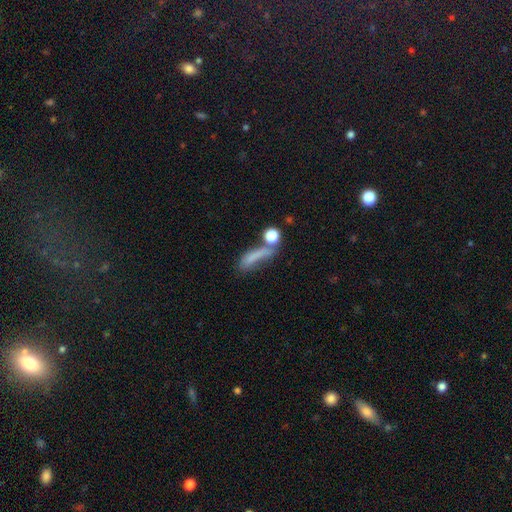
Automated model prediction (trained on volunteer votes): smooth 61%, featured or disk 22%, star or artifact 16%. Down the decision tree: how rounded — cigar-shaped (49%); merging — none (33%).